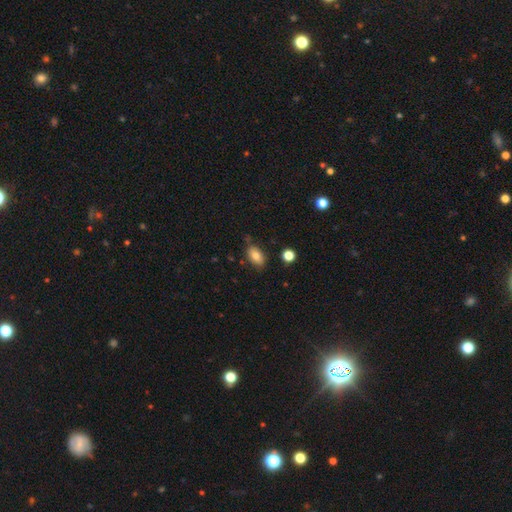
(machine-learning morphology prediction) smooth 80%, featured or disk 12%, star or artifact 8%. Down the decision tree: how rounded — in between (89%); merging — none (79%).